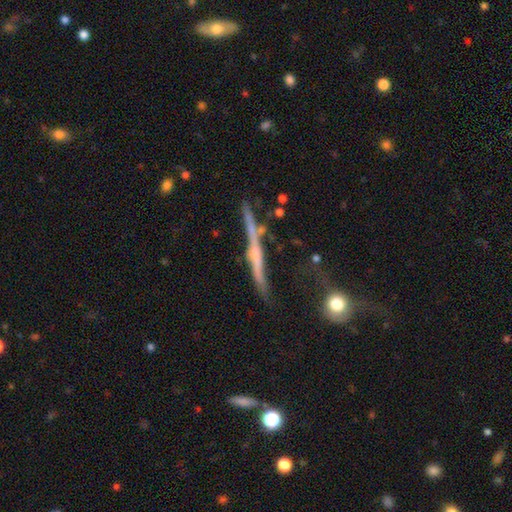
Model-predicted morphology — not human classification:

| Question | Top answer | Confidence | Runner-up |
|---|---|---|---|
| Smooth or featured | featured or disk | 72% | smooth (20%) |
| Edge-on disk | yes | 95% | no (5%) |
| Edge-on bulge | rounded | 50% | none (36%) |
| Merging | none | 69% | minor disturbance (18%) |